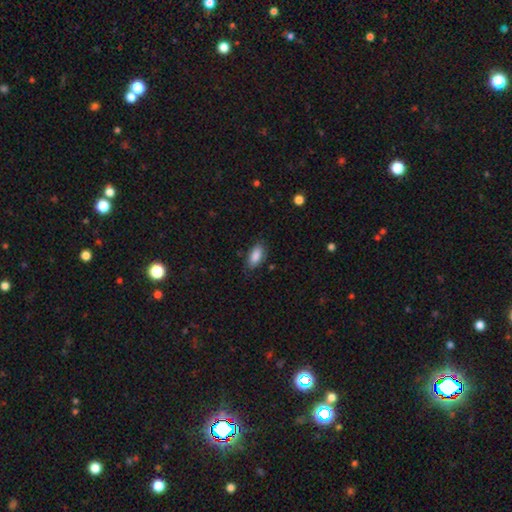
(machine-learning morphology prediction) Overall: smooth (87%). How rounded: in between (89%). Merging: none (81%).